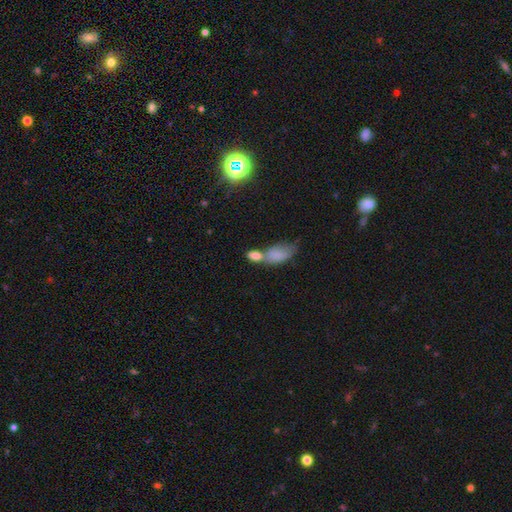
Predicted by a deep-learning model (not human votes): A smooth galaxy with no disk features (81%) that is in between round and cigar-shaped (89%).

Vote fractions:
- Smooth or featured? smooth: 81% / featured or disk: 11% / star or artifact: 8%
- How rounded? in between: 89% / round: 6% / cigar-shaped: 5%
- Merging? merger: 59% / none: 24% / minor disturbance: 11% / major disturbance: 6%